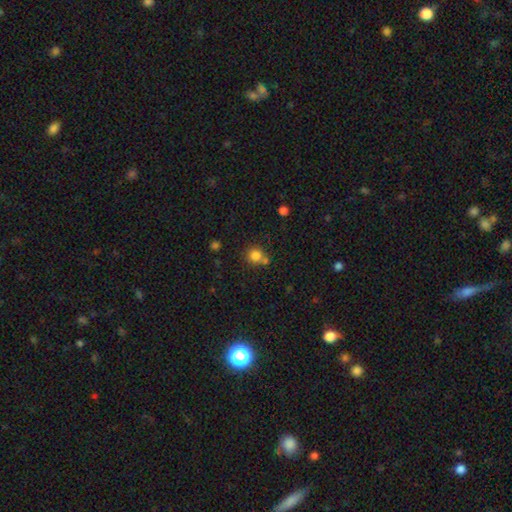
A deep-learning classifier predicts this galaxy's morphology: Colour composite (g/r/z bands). It shows a smooth galaxy with no disk features (81%) that is round (88%). Merging: none (59%).